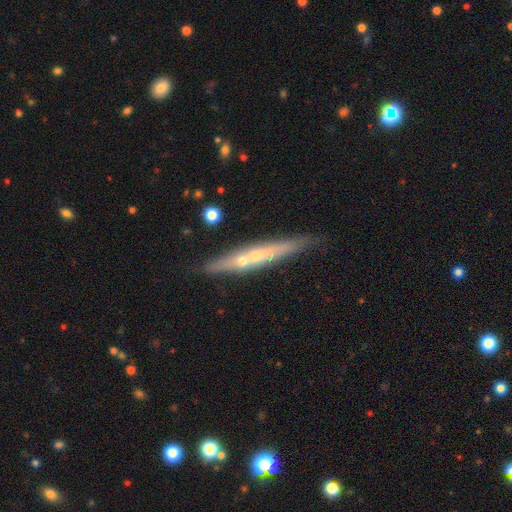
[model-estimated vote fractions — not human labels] The model was most divided on "smooth or featured": featured or disk: 60%, smooth: 33%, star or artifact: 7%. More confident: edge-on disk — yes (88%); merging — none (74%); edge-on bulge — rounded (63%).